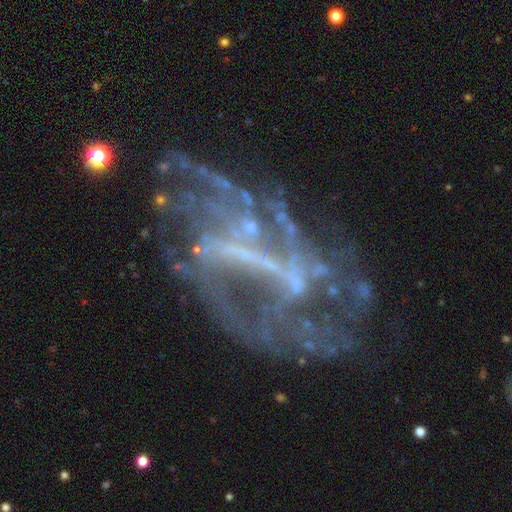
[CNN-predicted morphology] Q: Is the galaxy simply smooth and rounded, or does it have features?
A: featured or disk — 80%.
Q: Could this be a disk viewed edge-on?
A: no — 95%.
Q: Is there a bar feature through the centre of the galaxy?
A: strong — 42%.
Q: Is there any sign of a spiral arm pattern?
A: yes — 71%.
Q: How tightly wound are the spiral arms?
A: loose — 39%.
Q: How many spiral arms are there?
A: can't tell — 47%.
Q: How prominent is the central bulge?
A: none — 57%.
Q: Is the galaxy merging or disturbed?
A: none — 47%.